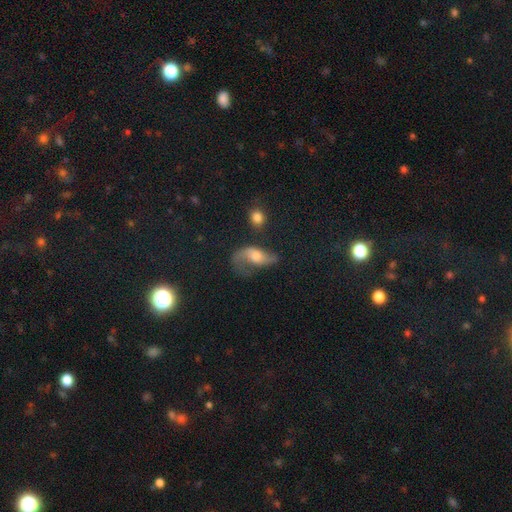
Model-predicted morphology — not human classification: Smooth or featured?
  - featured or disk: 63% *
  - smooth: 25%
  - star or artifact: 11%
Edge-on disk?
  - no: 92% *
  - yes: 8%
Bar?
  - no: 61% *
  - weak: 29%
  - strong: 10%
Spiral arms?
  - yes: 85% *
  - no: 15%
Bulge size?
  - moderate: 57% *
  - small: 27%
  - large: 10%
  - none: 4%
  - dominant: 2%
Merging?
  - none: 39% *
  - major disturbance: 33%
  - minor disturbance: 23%
  - merger: 5%